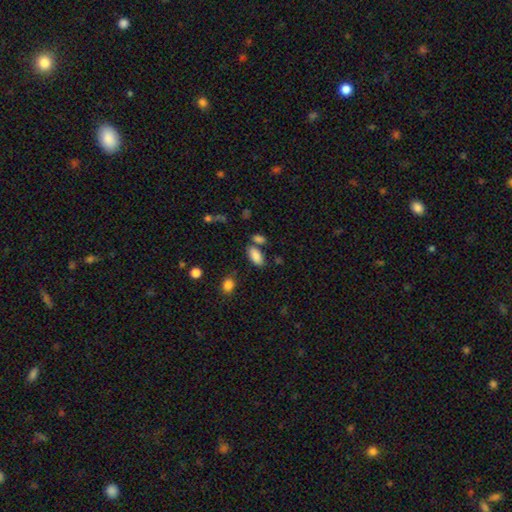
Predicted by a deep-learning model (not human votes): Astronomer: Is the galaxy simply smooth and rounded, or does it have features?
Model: smooth — 86%.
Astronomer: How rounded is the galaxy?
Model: in between — 91%.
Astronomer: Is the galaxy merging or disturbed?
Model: none — 67%.